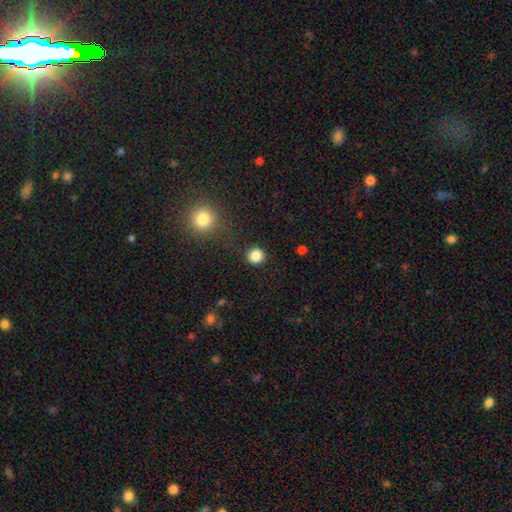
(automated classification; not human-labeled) smooth 84%, star or artifact 12%, featured or disk 4%. Down the decision tree: how rounded — round (94%); merging — none (91%).